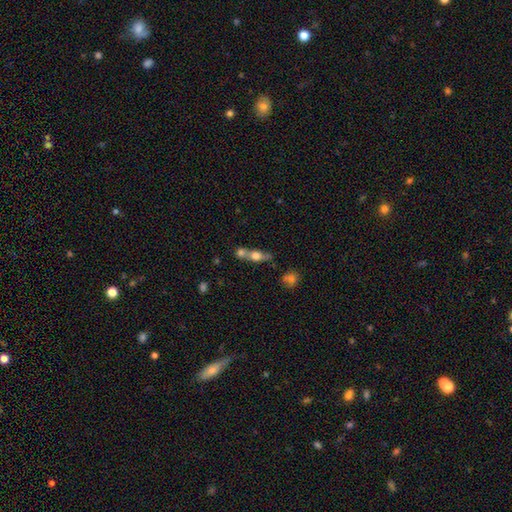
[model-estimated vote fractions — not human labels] Morphology: type=smooth (56%); roundness=in between (44%); merging=merger (52%).